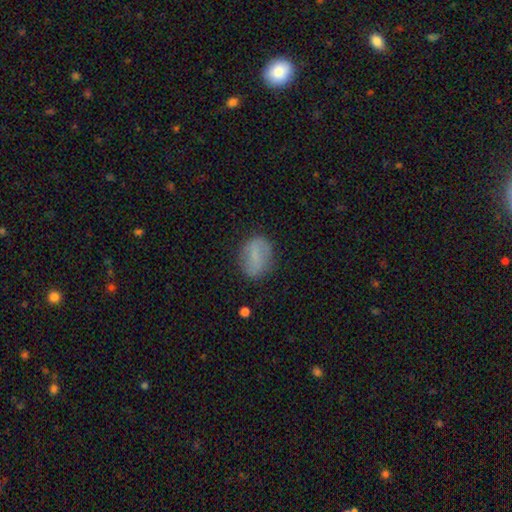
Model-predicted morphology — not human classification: smooth 64%, featured or disk 27%, star or artifact 9%. Down the decision tree: how rounded — in between (69%); merging — none (79%).